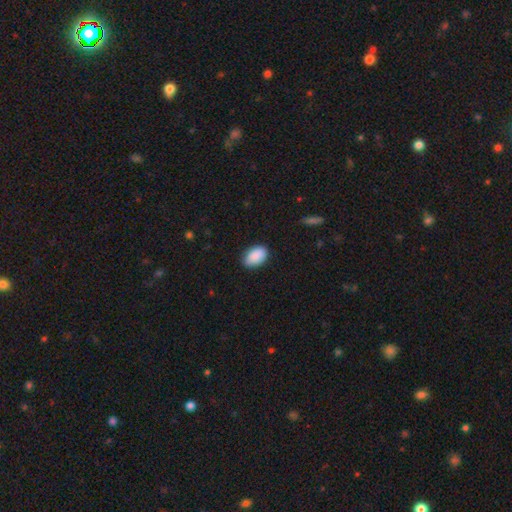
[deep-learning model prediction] Smooth or featured? smooth (90%)
How rounded? in between (92%)
Merging? none (84%)